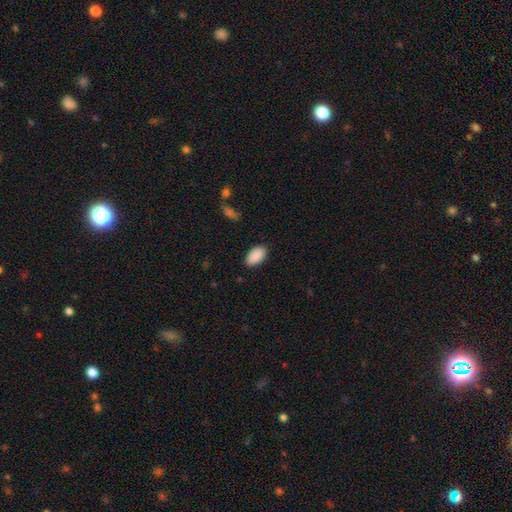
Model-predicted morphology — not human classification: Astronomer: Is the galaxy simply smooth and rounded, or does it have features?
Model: smooth — 91%.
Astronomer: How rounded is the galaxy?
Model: in between — 95%.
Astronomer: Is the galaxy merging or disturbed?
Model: none — 87%.